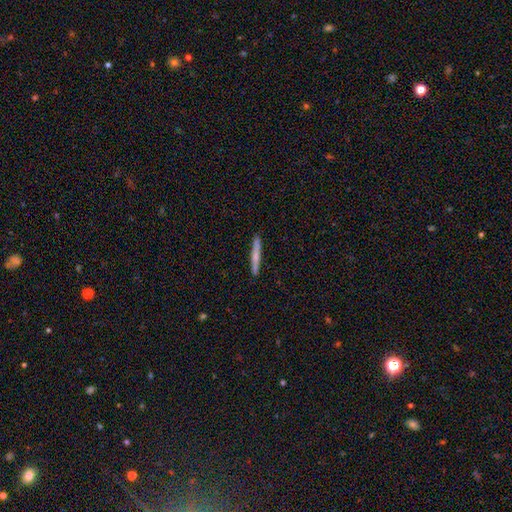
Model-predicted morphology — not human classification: The model was most divided on "smooth or featured": smooth: 59%, featured or disk: 35%, star or artifact: 6%. More confident: how rounded — cigar-shaped (95%); merging — none (91%).